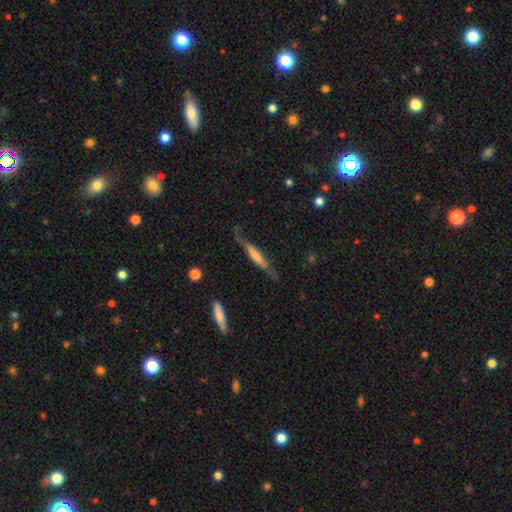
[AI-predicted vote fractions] featured or disk 60%, smooth 34%, star or artifact 6%. Down the decision tree: edge-on disk — yes (86%); edge-on bulge — boxy (47%); merging — none (63%).